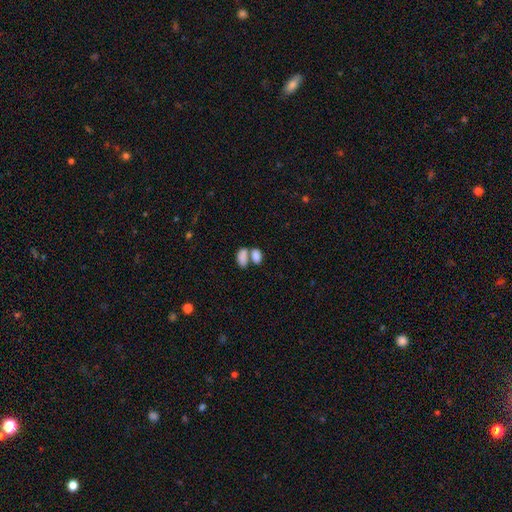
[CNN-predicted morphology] Smooth or featured? Predicted: smooth (p=0.83). How rounded? Predicted: in between (p=0.89). Merging? Predicted: merger (p=0.56).